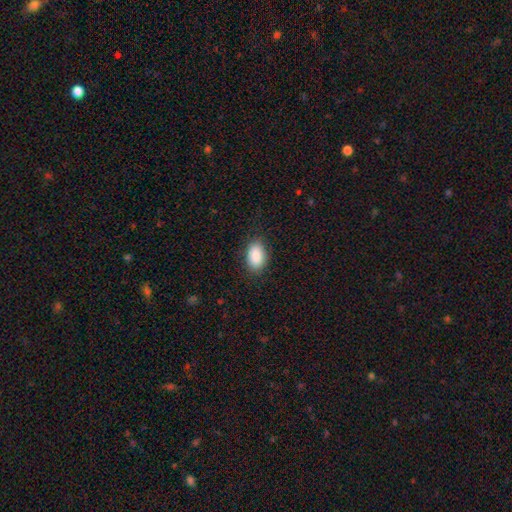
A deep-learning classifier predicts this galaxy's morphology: type=smooth (89%); roundness=in between (91%); merging=none (85%).